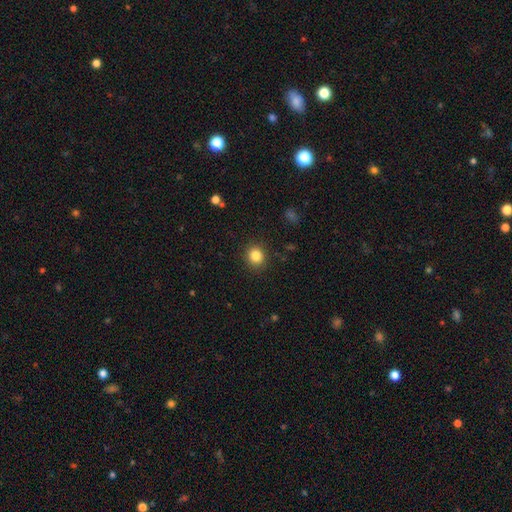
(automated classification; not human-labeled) Smooth or featured? smooth (84%)
How rounded? round (82%)
Merging? none (90%)